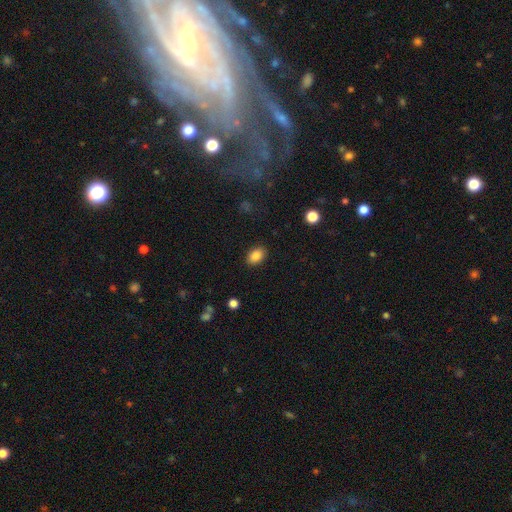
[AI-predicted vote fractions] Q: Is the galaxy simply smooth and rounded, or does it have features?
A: smooth — 87%.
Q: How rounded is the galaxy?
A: in between — 87%.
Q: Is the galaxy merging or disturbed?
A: none — 88%.